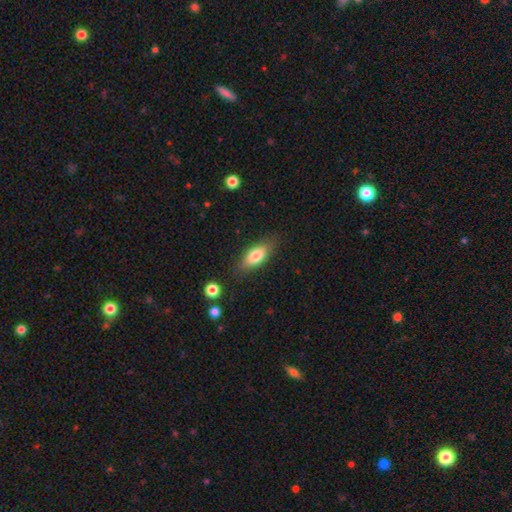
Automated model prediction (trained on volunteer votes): The model was most divided on "how rounded": in between: 78%, cigar-shaped: 19%, round: 3%. More confident: merging — none (81%); smooth or featured — smooth (78%).